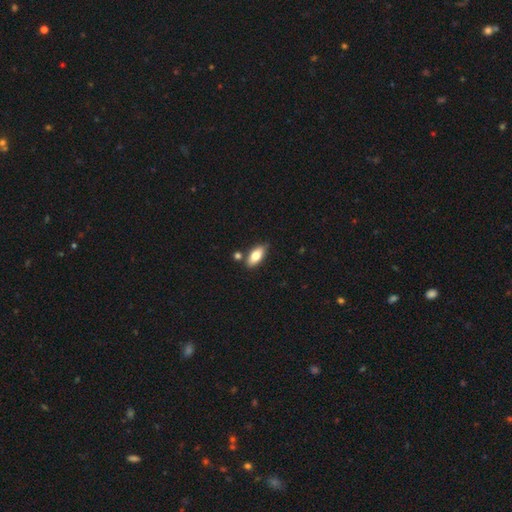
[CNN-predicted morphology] Smooth or featured? Predicted: smooth (p=0.75). How rounded? Predicted: in between (p=0.84). Merging? Predicted: none (p=0.79).